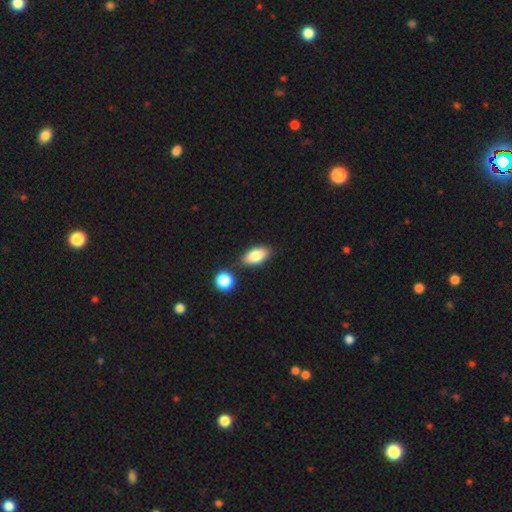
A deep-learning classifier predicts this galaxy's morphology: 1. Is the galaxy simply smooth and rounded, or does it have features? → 82% smooth, 11% featured or disk, 7% star or artifact.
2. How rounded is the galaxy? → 89% in between, 7% cigar-shaped, 4% round.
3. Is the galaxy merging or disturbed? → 78% none, 11% minor disturbance, 9% merger, 3% major disturbance.